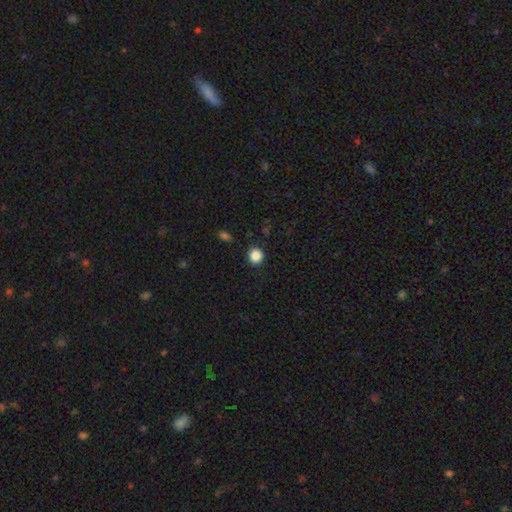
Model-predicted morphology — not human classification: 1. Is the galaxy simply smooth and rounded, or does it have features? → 86% smooth, 11% star or artifact, 3% featured or disk.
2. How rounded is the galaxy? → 89% round, 11% in between, 1% cigar-shaped.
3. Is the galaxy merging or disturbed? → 89% none, 7% minor disturbance, 2% major disturbance, 1% merger.